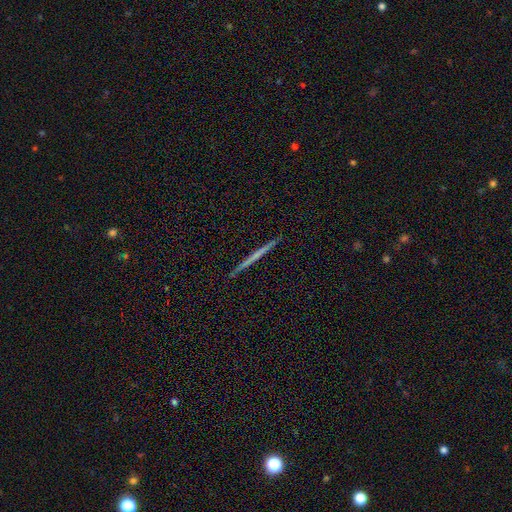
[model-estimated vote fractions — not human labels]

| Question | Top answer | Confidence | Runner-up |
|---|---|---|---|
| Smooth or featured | featured or disk | 49% | smooth (45%) |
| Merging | none | 93% | minor disturbance (5%) |